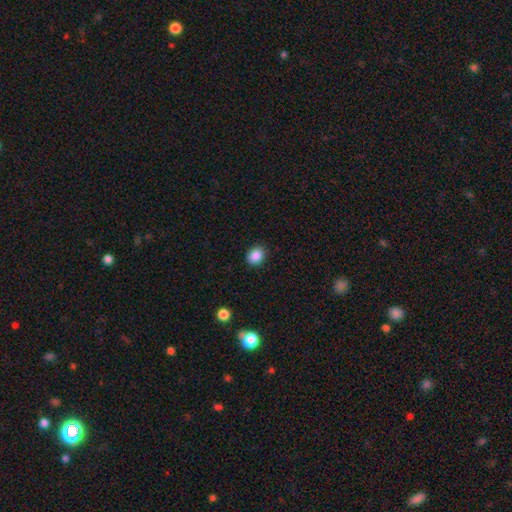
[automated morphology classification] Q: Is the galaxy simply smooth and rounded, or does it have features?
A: smooth — 86%.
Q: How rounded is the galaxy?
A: round — 53%.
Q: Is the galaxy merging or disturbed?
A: none — 89%.